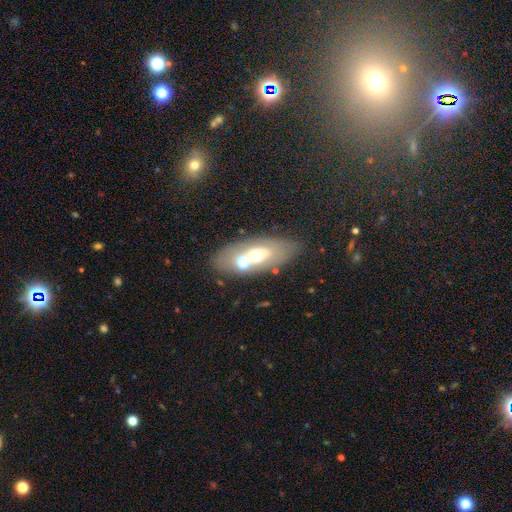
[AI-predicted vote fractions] smooth_or_featured: smooth (p=0.46) [alt: featured or disk p=0.43]
merging: none (p=0.58) [alt: merger p=0.23]